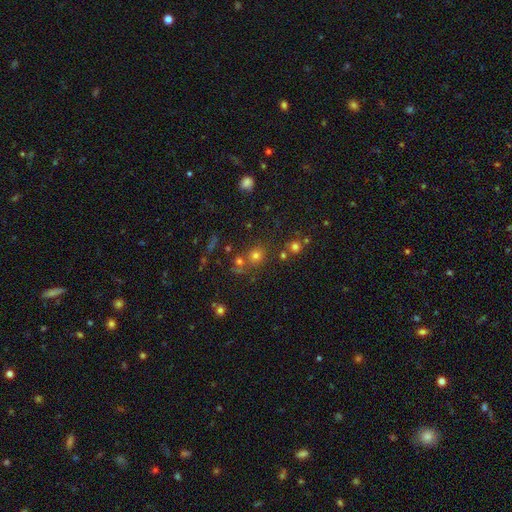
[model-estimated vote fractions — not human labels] A smooth galaxy with no disk features (62%) that is round (86%). Merging: none (71%).